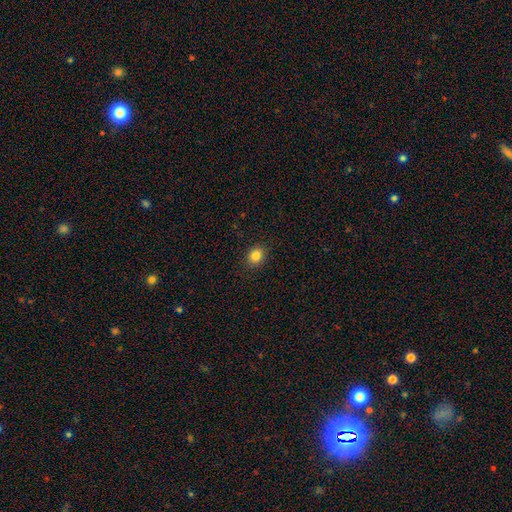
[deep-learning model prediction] Smooth or featured: smooth — 84% (star or artifact — 11%)
How rounded: round — 67% (in between — 32%)
Merging: none — 90% (minor disturbance — 7%)